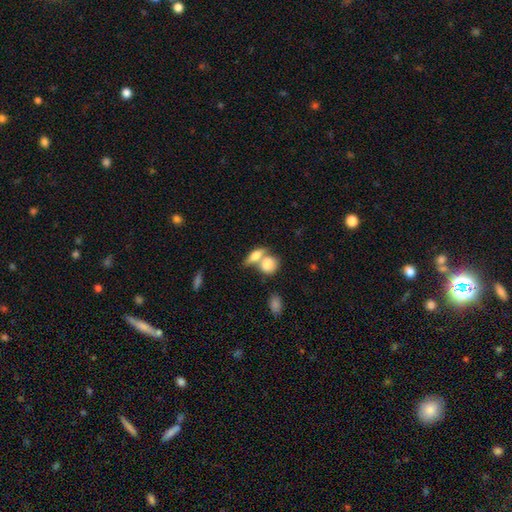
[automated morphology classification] smooth-or-featured: smooth: 68% | featured or disk: 24% | star or artifact: 8%
  how-rounded: in between: 60% | cigar-shaped: 20% | round: 20%
  merging: merger: 48% | none: 39% | minor disturbance: 9% | major disturbance: 4%